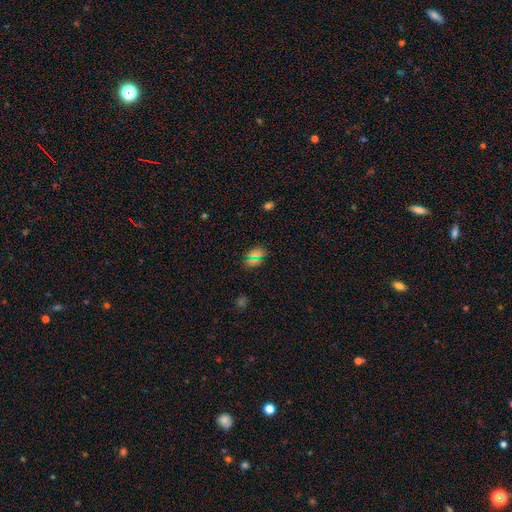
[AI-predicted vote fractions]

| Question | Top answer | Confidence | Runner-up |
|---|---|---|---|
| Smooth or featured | smooth | 68% | star or artifact (25%) |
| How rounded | in between | 68% | round (27%) |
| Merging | none | 84% | minor disturbance (10%) |